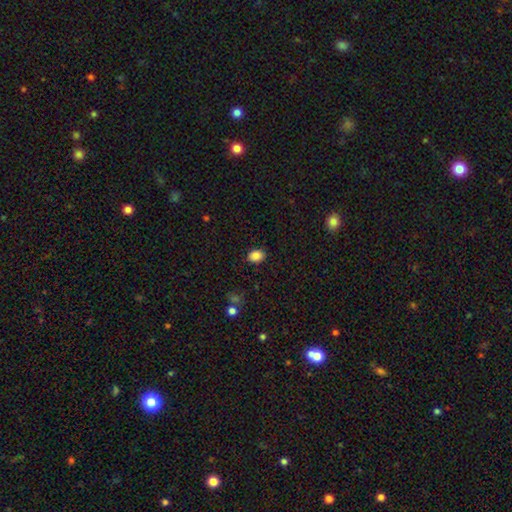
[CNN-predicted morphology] Smooth or featured? Predicted: smooth (p=0.86). How rounded? Predicted: in between (p=0.63). Merging? Predicted: none (p=0.86).